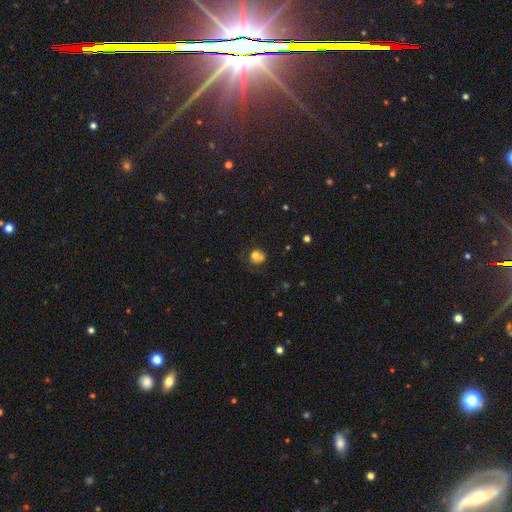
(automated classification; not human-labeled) smooth_or_featured: smooth (p=0.67) [alt: featured or disk p=0.20]
how_rounded: round (p=0.79) [alt: in between p=0.20]
merging: none (p=0.47) [alt: minor disturbance p=0.21]